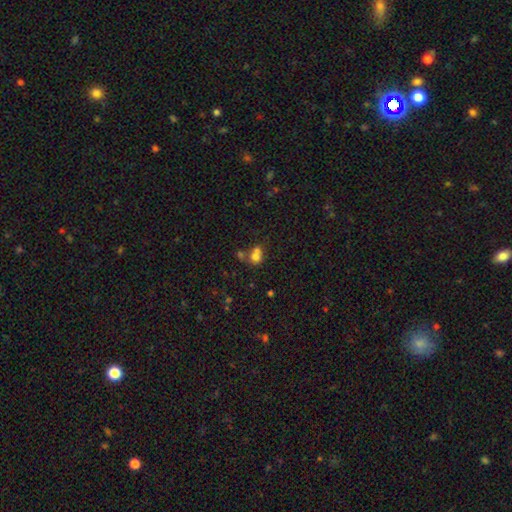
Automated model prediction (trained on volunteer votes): Q: Smooth or featured?
A: smooth (71%); runner-up: star or artifact (15%)
Q: How rounded?
A: round (61%); runner-up: in between (38%)
Q: Merging?
A: merger (57%); runner-up: none (29%)